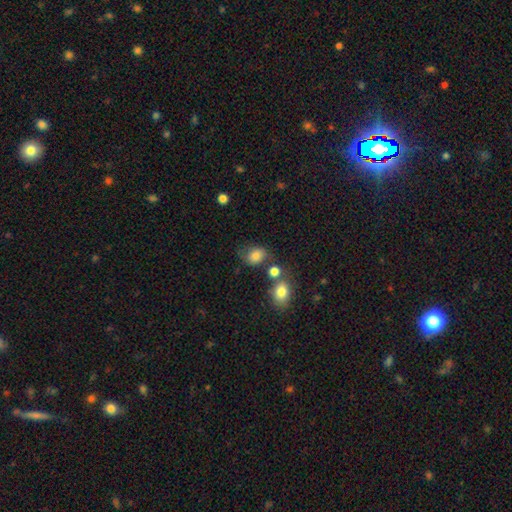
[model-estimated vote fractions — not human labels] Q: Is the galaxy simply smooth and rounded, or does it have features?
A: smooth — 80%.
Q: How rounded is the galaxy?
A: in between — 54%.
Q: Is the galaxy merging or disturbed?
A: none — 58%.